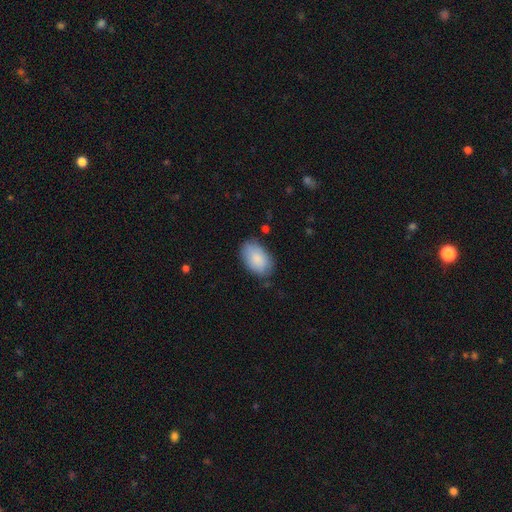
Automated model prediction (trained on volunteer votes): This is clearly a smooth galaxy (87%). How rounded: clearly in between (93%). Merging: likely none (78%).